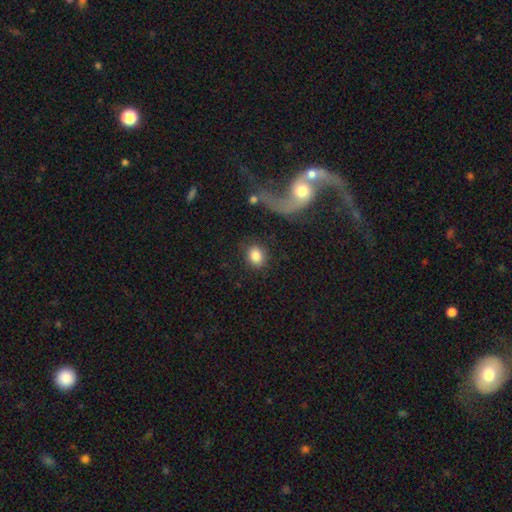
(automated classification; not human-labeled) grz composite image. It shows a smooth galaxy with no disk features (84%) that is round (57%). Merging: none (79%).